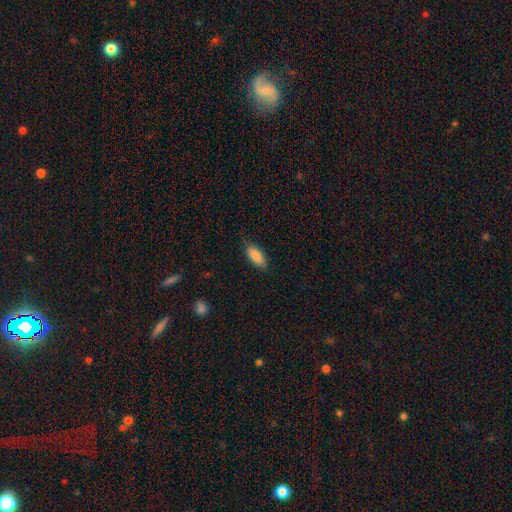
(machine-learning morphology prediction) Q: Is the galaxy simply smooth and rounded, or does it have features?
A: smooth — 86%.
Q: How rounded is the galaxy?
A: in between — 87%.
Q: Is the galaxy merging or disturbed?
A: none — 80%.